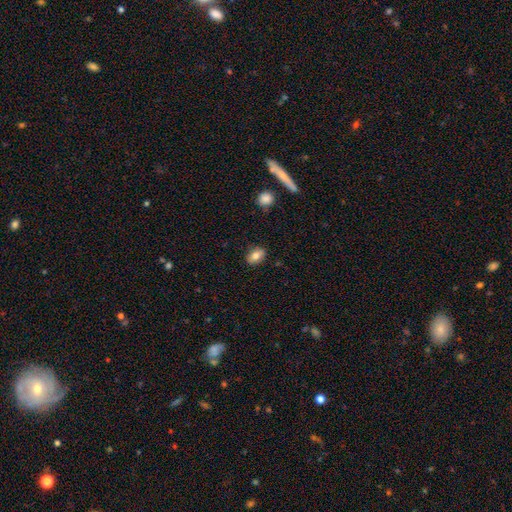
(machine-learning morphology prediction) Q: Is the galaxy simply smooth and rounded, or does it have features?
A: smooth — 79%.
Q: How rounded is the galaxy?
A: in between — 82%.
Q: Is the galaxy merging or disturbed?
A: none — 86%.